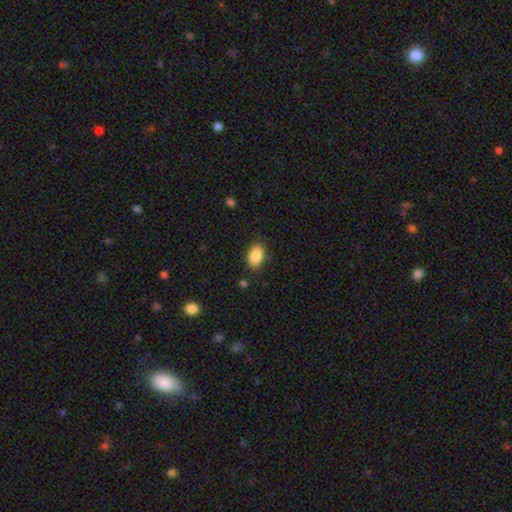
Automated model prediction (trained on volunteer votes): smooth 87%, star or artifact 8%, featured or disk 5%. Down the decision tree: how rounded — in between (90%); merging — none (83%).